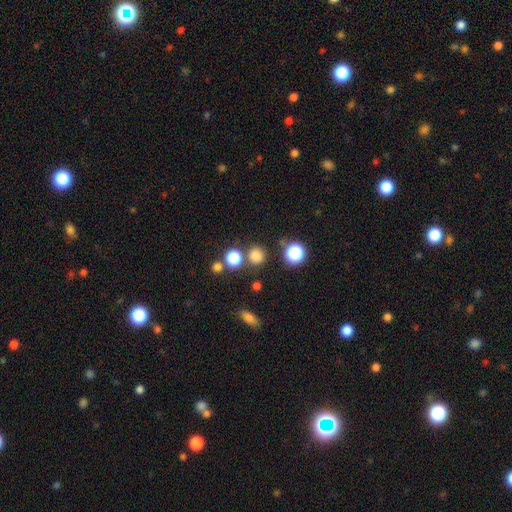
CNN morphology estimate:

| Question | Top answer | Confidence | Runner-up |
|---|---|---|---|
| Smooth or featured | smooth | 78% | star or artifact (17%) |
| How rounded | round | 92% | in between (7%) |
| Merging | none | 79% | merger (10%) |